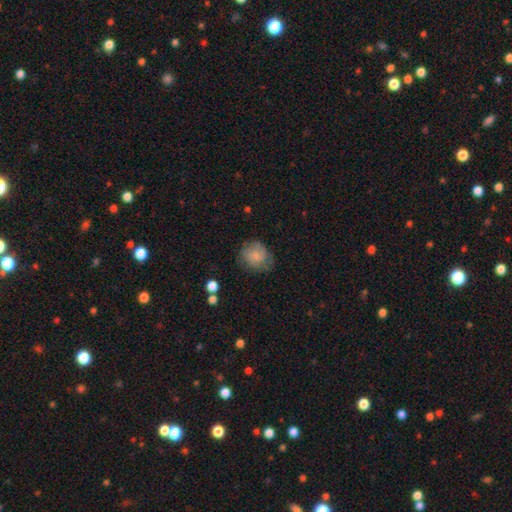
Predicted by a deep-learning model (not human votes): A smooth galaxy with no disk features (68%) that is round (70%).

Vote fractions:
- Smooth or featured? smooth: 68% / featured or disk: 24% / star or artifact: 8%
- How rounded? round: 70% / in between: 29% / cigar-shaped: 1%
- Merging? none: 66% / minor disturbance: 24% / major disturbance: 9% / merger: 2%